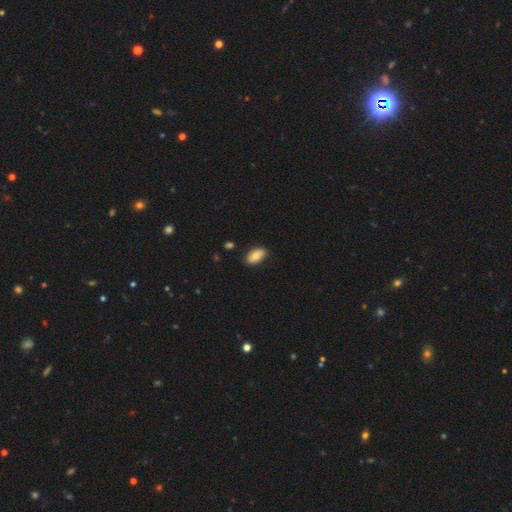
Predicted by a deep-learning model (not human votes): Smooth or featured?
  - smooth: 78% *
  - featured or disk: 15%
  - star or artifact: 7%
How rounded?
  - in between: 93% *
  - round: 5%
  - cigar-shaped: 2%
Merging?
  - none: 86% *
  - minor disturbance: 11%
  - major disturbance: 2%
  - merger: 1%